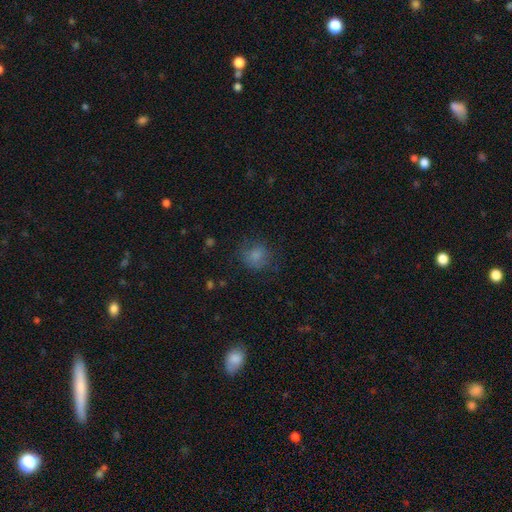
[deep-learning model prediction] Q: Smooth or featured?
A: smooth (76%); runner-up: star or artifact (12%)
Q: How rounded?
A: round (77%); runner-up: in between (22%)
Q: Merging?
A: none (66%); runner-up: minor disturbance (20%)